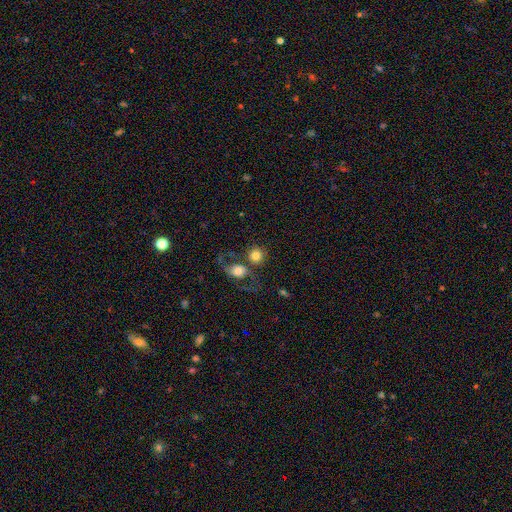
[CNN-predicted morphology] type=smooth (78%); roundness=round (88%); merging=none (50%).